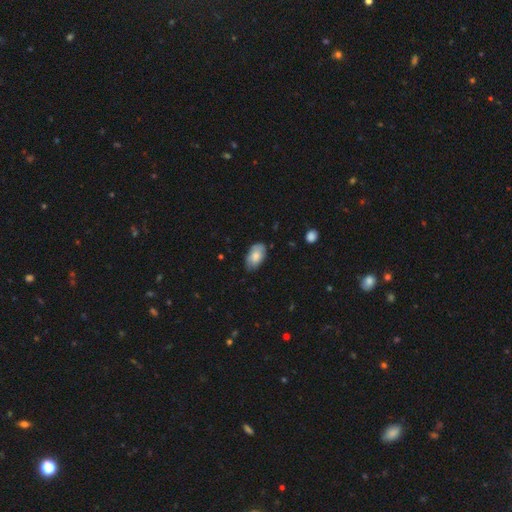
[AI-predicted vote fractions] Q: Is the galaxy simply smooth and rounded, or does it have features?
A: smooth — 76%.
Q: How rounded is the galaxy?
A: in between — 94%.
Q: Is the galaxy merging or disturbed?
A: none — 73%.